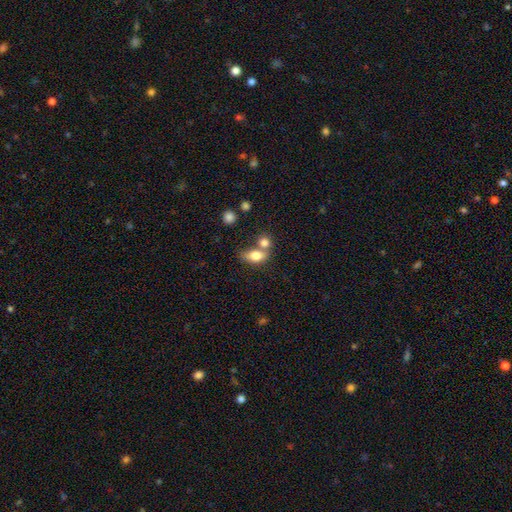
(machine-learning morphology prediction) This is likely a smooth galaxy (79%). How rounded: likely in between (80%). Merging: possibly merger (46%).